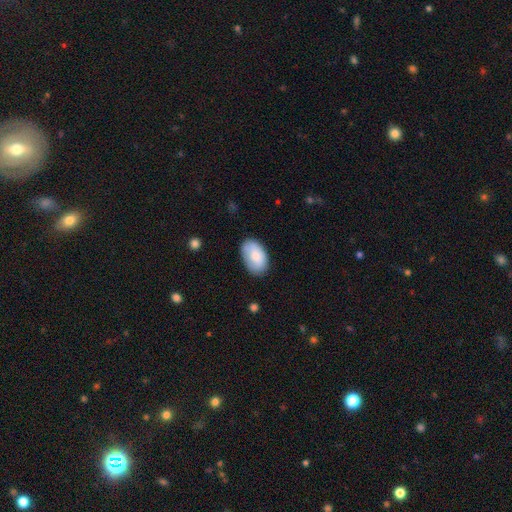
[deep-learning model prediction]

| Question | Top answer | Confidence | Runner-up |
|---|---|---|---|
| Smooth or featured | smooth | 79% | featured or disk (15%) |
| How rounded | in between | 93% | round (6%) |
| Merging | none | 77% | minor disturbance (18%) |